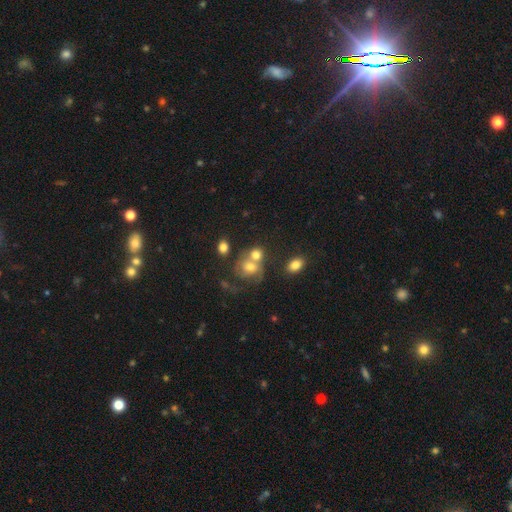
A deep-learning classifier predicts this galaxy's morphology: Smooth or featured? Predicted: smooth (p=0.49). Merging? Predicted: merger (p=0.42).